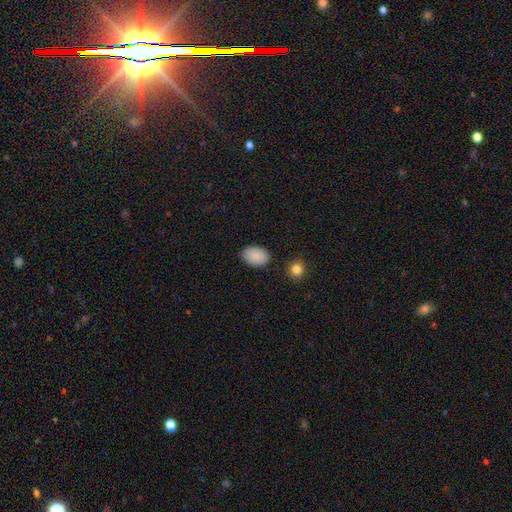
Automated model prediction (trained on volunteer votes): This appears to be a smooth galaxy with no disk features (89%) that is in between round and cigar-shaped (83%). Merging: none (86%).